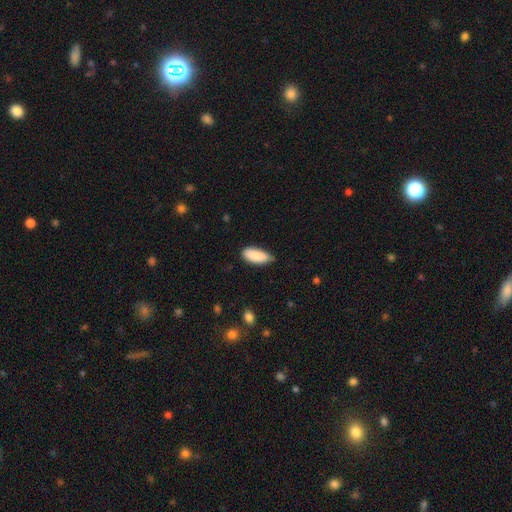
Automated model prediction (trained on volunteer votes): Smooth or featured? Predicted: smooth (p=0.88). How rounded? Predicted: in between (p=0.80). Merging? Predicted: none (p=0.69).